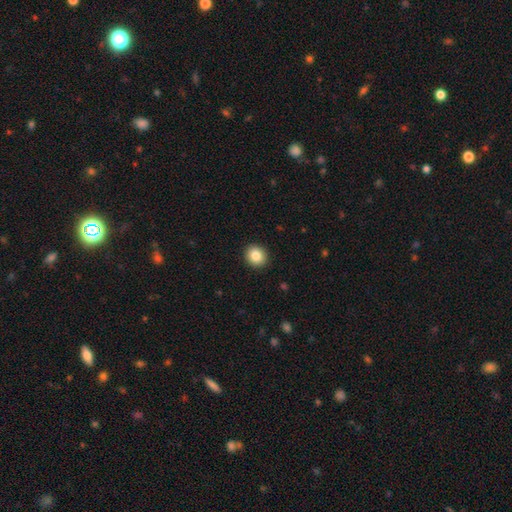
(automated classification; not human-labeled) Smooth or featured? smooth (85%)
How rounded? round (79%)
Merging? none (92%)